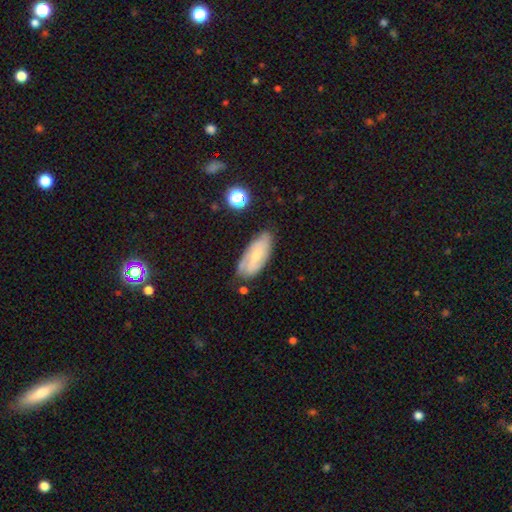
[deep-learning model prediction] Overall: featured or disk (53%; smooth 39%). Edge-on disk: no (88%). Merging: none (70%).